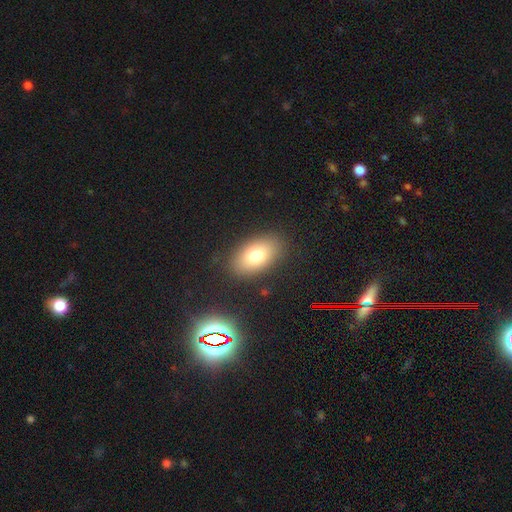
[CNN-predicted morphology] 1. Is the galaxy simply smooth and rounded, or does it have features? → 76% smooth, 14% featured or disk, 10% star or artifact.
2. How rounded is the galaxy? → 89% in between, 9% round, 2% cigar-shaped.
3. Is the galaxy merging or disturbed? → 85% none, 10% minor disturbance, 4% major disturbance, 2% merger.